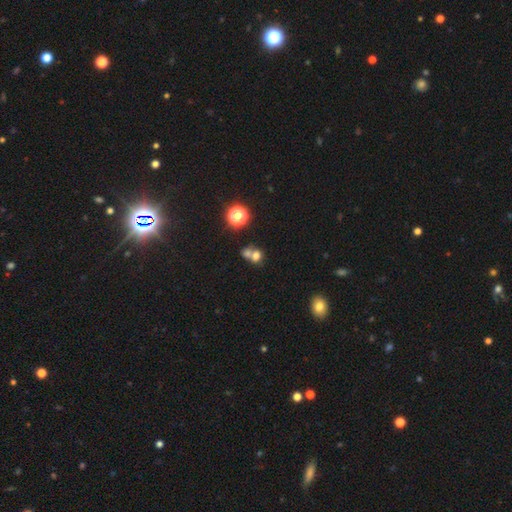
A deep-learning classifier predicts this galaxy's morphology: type=smooth (68%); roundness=round (72%); merging=merger (58%).